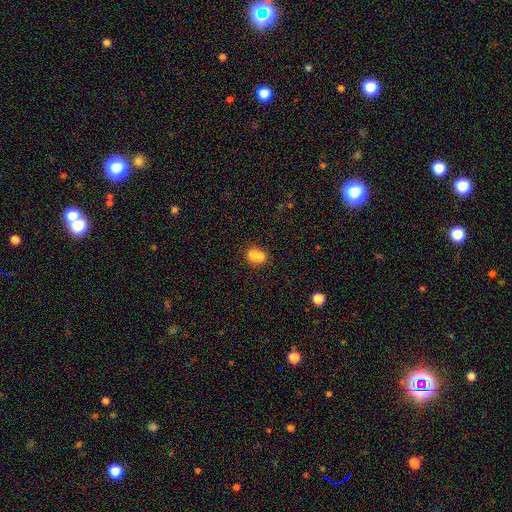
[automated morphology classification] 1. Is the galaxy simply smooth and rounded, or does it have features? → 71% smooth, 19% featured or disk, 11% star or artifact.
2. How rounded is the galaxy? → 50% in between, 49% round, 2% cigar-shaped.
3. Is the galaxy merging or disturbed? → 60% merger, 28% none, 8% minor disturbance, 4% major disturbance.